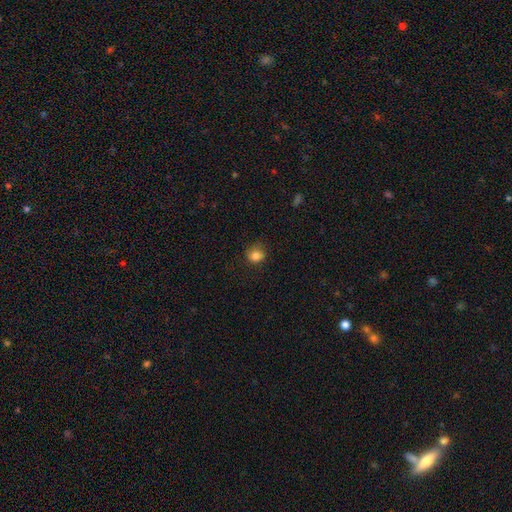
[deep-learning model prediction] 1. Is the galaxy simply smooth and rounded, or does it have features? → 82% smooth, 11% star or artifact, 7% featured or disk.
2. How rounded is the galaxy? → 67% round, 32% in between, 1% cigar-shaped.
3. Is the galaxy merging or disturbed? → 70% none, 22% minor disturbance, 7% major disturbance, 1% merger.